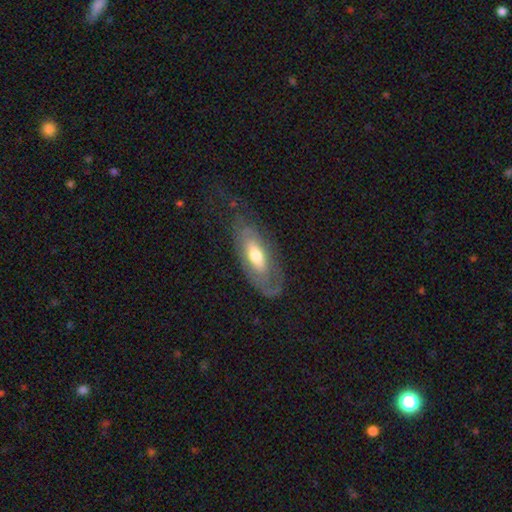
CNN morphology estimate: A featured or disk galaxy (58%).

Vote fractions:
- Smooth or featured? featured or disk: 58% / smooth: 37% / star or artifact: 6%
- Edge-on disk? no: 80% / yes: 20%
- Merging? none: 60% / minor disturbance: 21% / major disturbance: 17% / merger: 2%